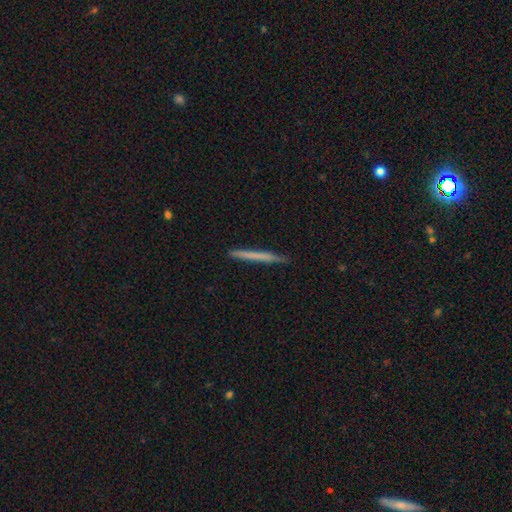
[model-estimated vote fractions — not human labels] Overall: smooth (60%; featured or disk 35%). How rounded: cigar-shaped (97%). Merging: none (90%).